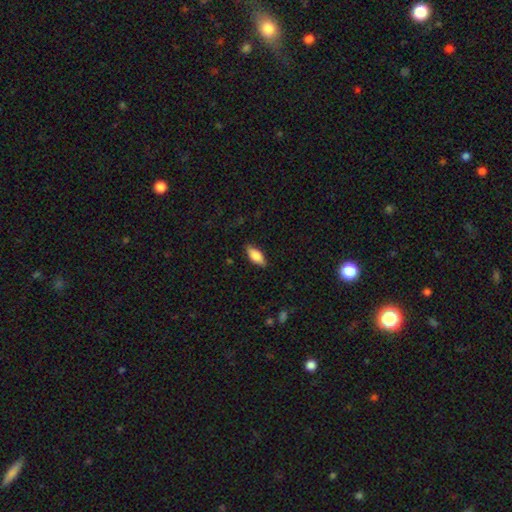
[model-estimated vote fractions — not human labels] This is likely a smooth galaxy (74%). How rounded: likely in between (80%). Merging: clearly none (85%).